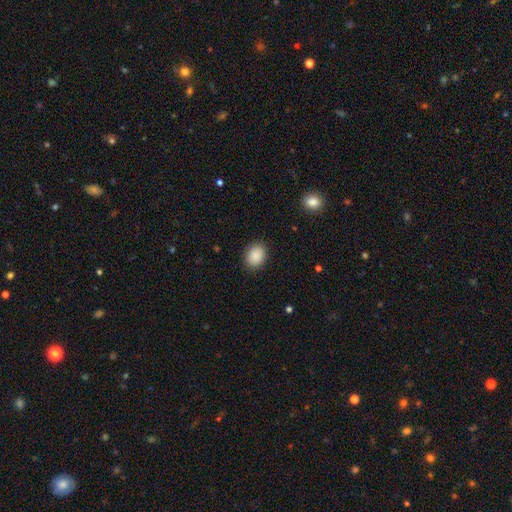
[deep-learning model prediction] This is clearly a smooth galaxy (89%). How rounded: possibly in between (58%). Merging: clearly none (88%).